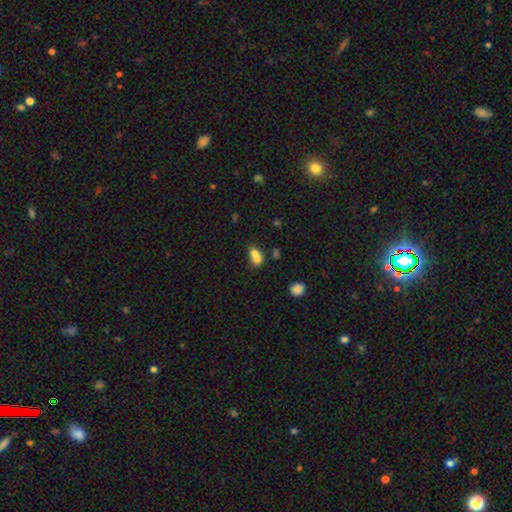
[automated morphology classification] type=smooth (72%); roundness=in between (54%); merging=merger (69%).